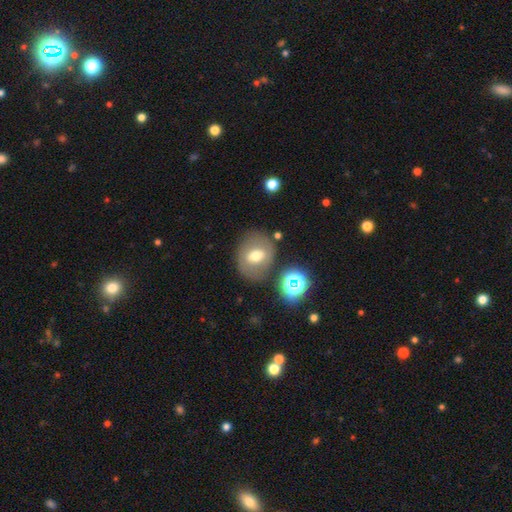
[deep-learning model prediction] Morphology: type=smooth (56%); roundness=round (55%); merging=none (73%).